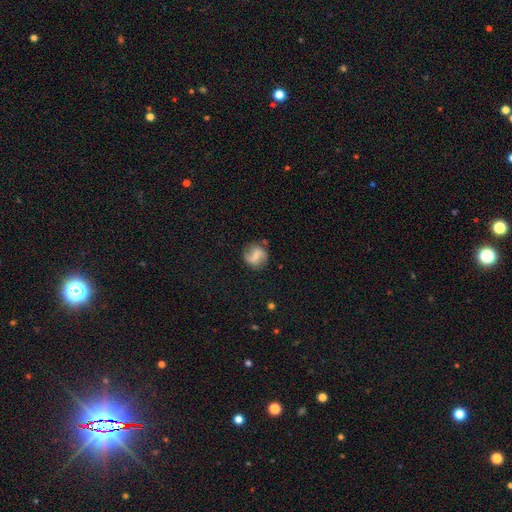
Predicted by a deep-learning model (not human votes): featured or disk 54%, smooth 37%, star or artifact 9%. Down the decision tree: edge-on disk — no (97%); bar — weak (44%); spiral arms — yes (86%); bulge size — small (37%); merging — none (74%).